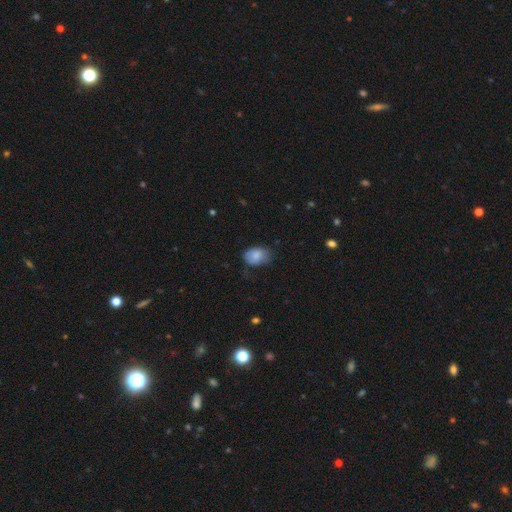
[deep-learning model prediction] Q: Smooth or featured?
A: smooth (83%); runner-up: featured or disk (10%)
Q: How rounded?
A: in between (80%); runner-up: round (19%)
Q: Merging?
A: none (61%); runner-up: minor disturbance (31%)